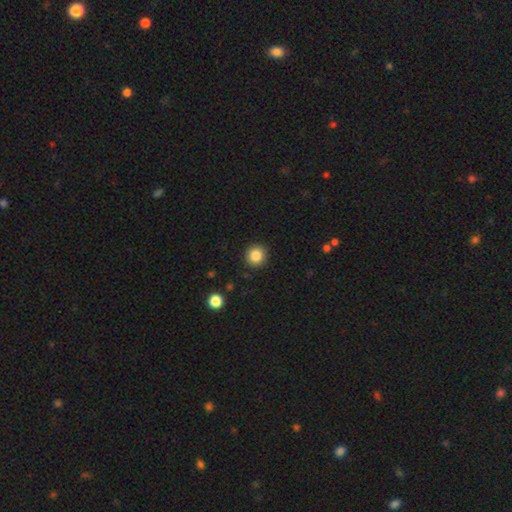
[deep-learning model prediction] A smooth galaxy with no disk features (86%) that is round (92%). Merging: none (91%).